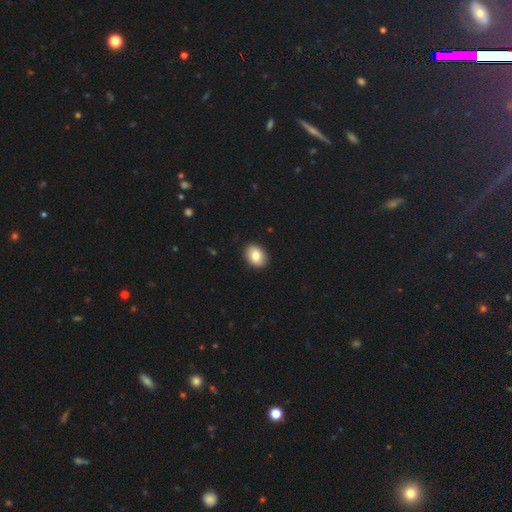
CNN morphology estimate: type=smooth (84%); roundness=in between (70%); merging=none (91%).